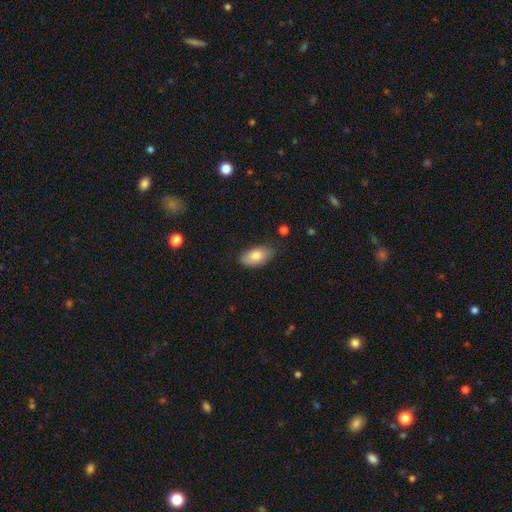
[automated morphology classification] smooth 80%, featured or disk 13%, star or artifact 7%. Down the decision tree: how rounded — in between (92%); merging — none (76%).